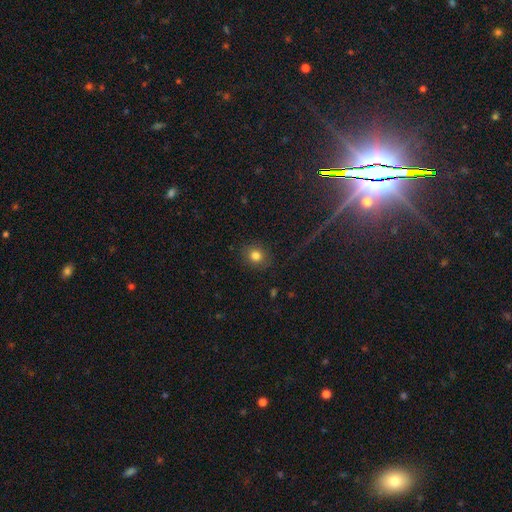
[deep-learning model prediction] Smooth or featured? smooth (80%)
How rounded? round (82%)
Merging? none (87%)